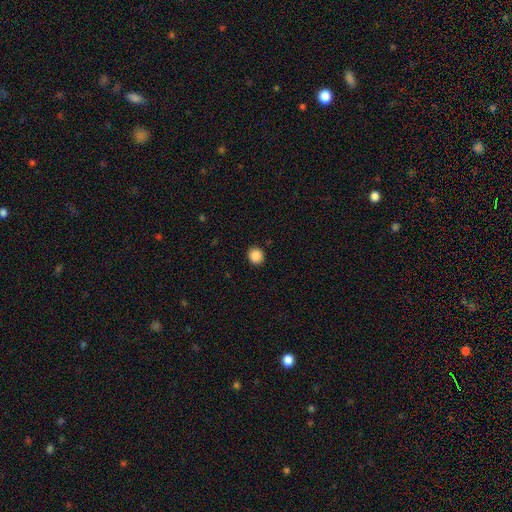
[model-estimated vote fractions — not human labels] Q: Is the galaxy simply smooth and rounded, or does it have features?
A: smooth — 88%.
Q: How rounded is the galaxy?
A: round — 87%.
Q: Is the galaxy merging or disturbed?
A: none — 91%.